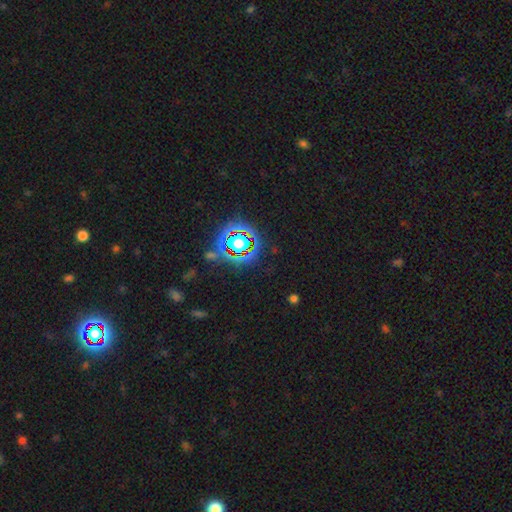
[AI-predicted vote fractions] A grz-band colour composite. It shows a star or artifact, not a galaxy (80%).